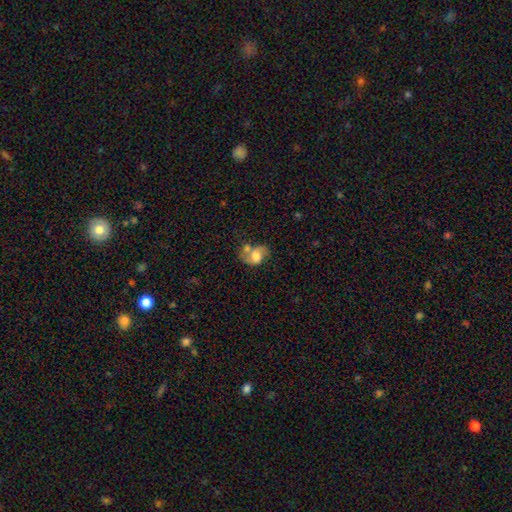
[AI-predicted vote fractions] smooth 46%, featured or disk 45%, star or artifact 9%. Down the decision tree: merging — merger (34%).